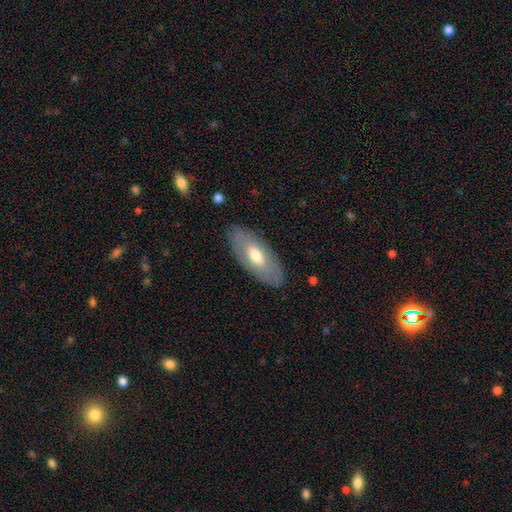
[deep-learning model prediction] This appears to be a smooth galaxy with no disk features (55%) that is in between round and cigar-shaped (85%). Merging: none (85%).